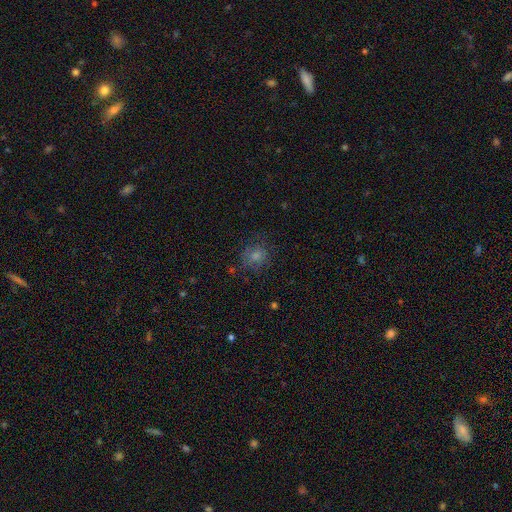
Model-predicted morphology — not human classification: smooth_or_featured: smooth (p=0.72) [alt: featured or disk p=0.15]
how_rounded: round (p=0.73) [alt: in between p=0.26]
merging: none (p=0.66) [alt: minor disturbance p=0.20]